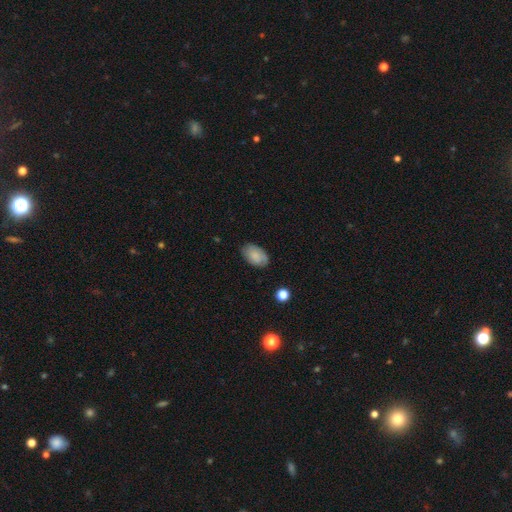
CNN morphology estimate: Smooth or featured: smooth — 79% (featured or disk — 14%)
How rounded: in between — 92% (round — 7%)
Merging: none — 79% (minor disturbance — 16%)